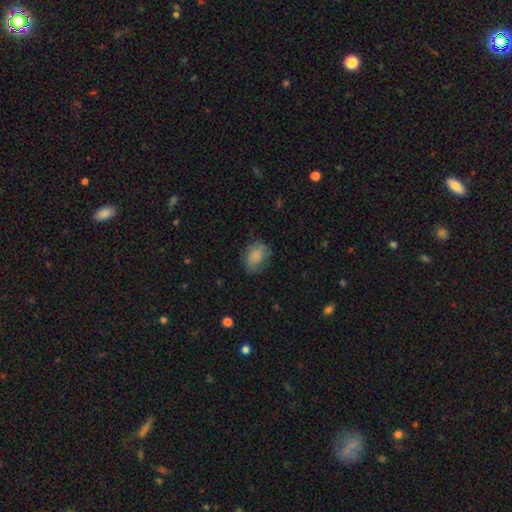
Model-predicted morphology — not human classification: Q: Smooth or featured?
A: smooth (81%); runner-up: featured or disk (11%)
Q: How rounded?
A: in between (75%); runner-up: round (24%)
Q: Merging?
A: none (68%); runner-up: minor disturbance (23%)